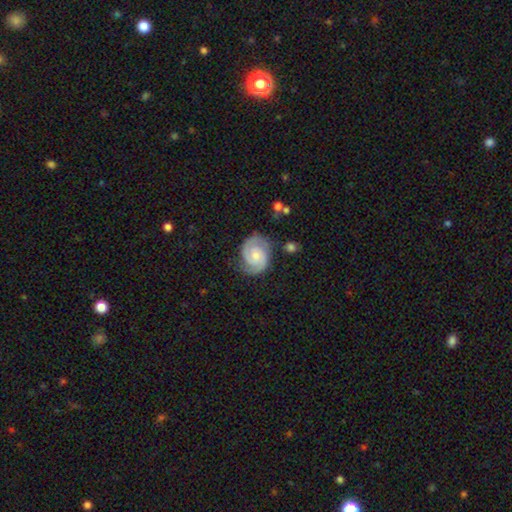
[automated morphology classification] This appears to be a featured or disk galaxy (86%) with no bar (64%), 2 (89%) tight (56%) spiral arms (98%) and a small central bulge (51%). Merging: none (78%).